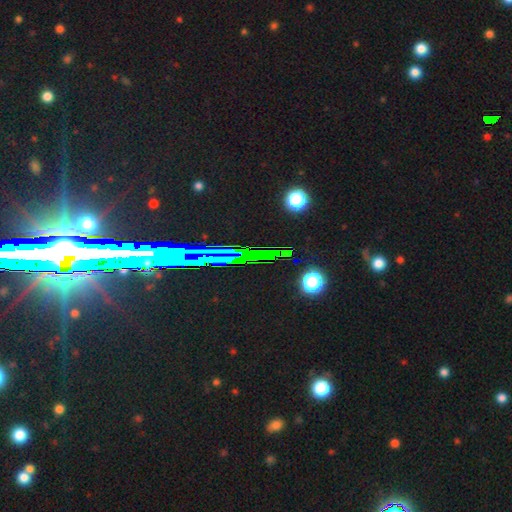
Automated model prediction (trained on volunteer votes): smooth_or_featured: star or artifact (p=0.75) [alt: smooth p=0.15]